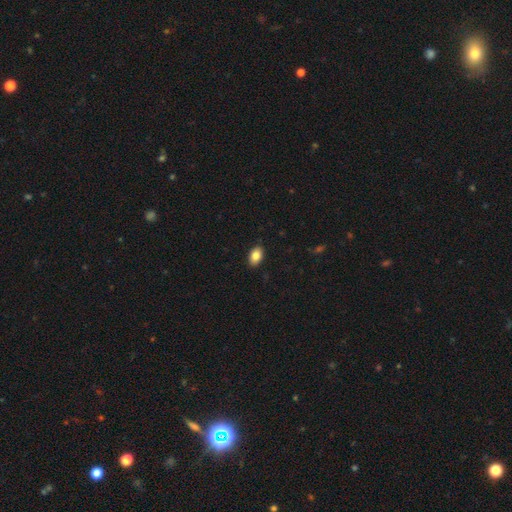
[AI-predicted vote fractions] This is clearly a smooth galaxy (85%). How rounded: clearly in between (89%). Merging: clearly none (90%).